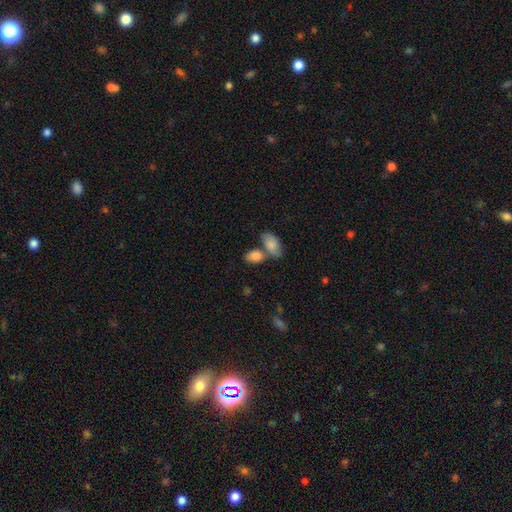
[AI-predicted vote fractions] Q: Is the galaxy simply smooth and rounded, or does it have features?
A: smooth — 84%.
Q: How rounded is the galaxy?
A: in between — 89%.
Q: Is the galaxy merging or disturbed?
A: none — 43%.